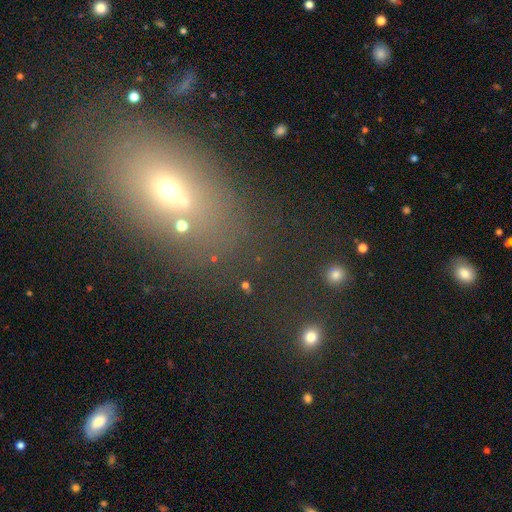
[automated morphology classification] Smooth or featured?
  - smooth: 50% *
  - star or artifact: 31%
  - featured or disk: 18%
How rounded?
  - in between: 68% *
  - round: 26%
  - cigar-shaped: 5%
Merging?
  - none: 67% *
  - merger: 14%
  - minor disturbance: 12%
  - major disturbance: 7%